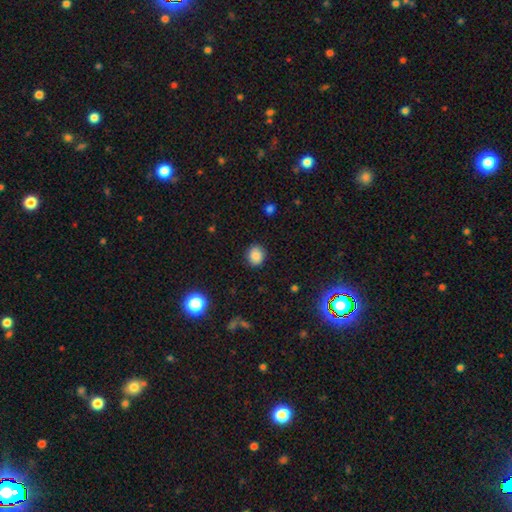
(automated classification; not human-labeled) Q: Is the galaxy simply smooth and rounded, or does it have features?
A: smooth — 84%.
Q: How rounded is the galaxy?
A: round — 71%.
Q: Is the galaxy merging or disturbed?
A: none — 85%.